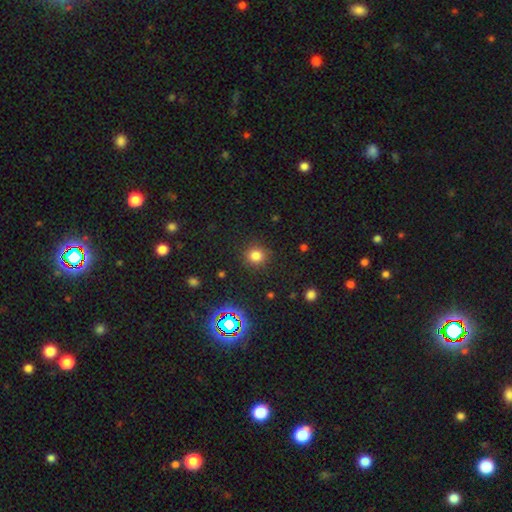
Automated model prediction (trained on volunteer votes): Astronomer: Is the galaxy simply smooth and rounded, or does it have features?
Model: smooth — 77%.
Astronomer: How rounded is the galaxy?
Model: round — 89%.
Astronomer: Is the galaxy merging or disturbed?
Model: none — 88%.